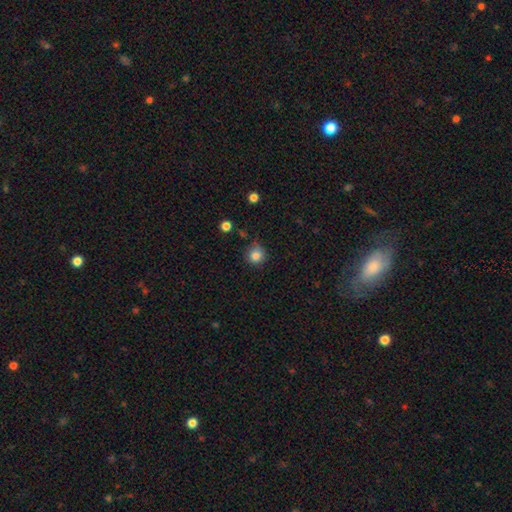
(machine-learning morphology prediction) Overall: smooth (82%). How rounded: round (89%). Merging: none (73%).